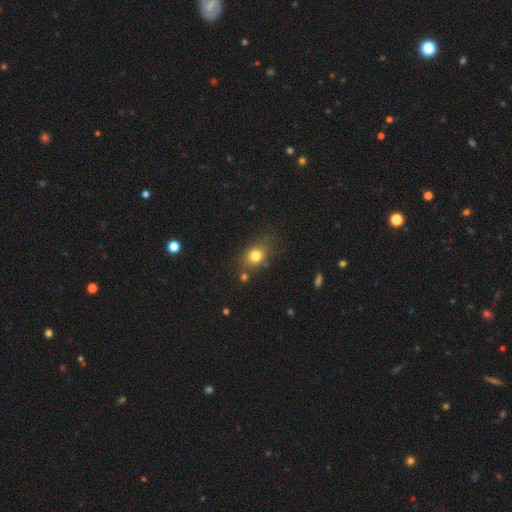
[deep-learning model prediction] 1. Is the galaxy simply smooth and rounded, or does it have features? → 78% smooth, 12% star or artifact, 10% featured or disk.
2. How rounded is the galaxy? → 51% in between, 47% round, 2% cigar-shaped.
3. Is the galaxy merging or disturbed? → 70% none, 19% minor disturbance, 6% major disturbance, 5% merger.